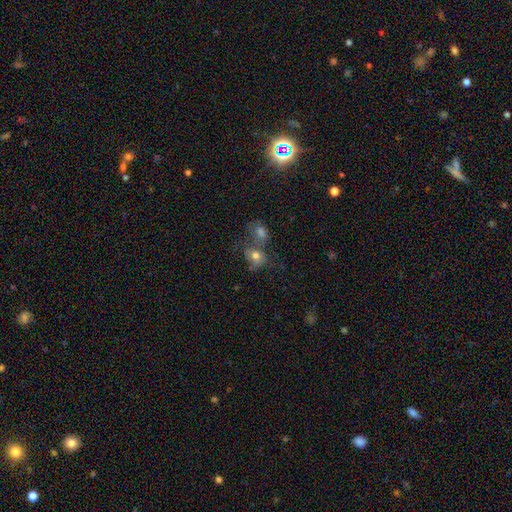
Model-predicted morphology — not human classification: This appears to be a smooth galaxy with no disk features (72%) that is round (57%). Merging: merger (45%).